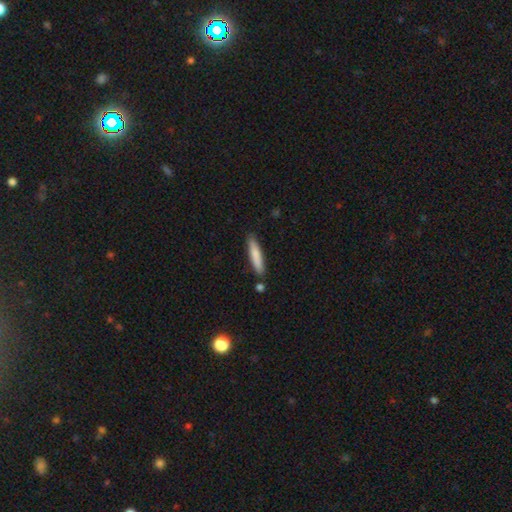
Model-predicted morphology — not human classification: Smooth or featured?
  - smooth: 80% *
  - featured or disk: 15%
  - star or artifact: 5%
How rounded?
  - cigar-shaped: 87% *
  - in between: 11%
  - round: 1%
Merging?
  - none: 82% *
  - minor disturbance: 11%
  - merger: 4%
  - major disturbance: 2%